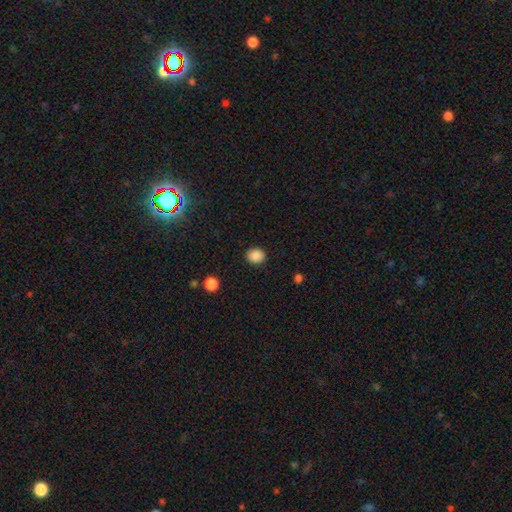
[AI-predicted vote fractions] Smooth or featured: smooth — 88% (star or artifact — 10%)
How rounded: round — 75% (in between — 24%)
Merging: none — 90% (minor disturbance — 7%)